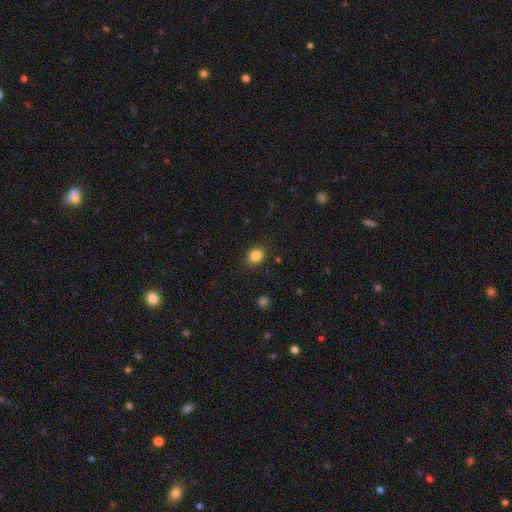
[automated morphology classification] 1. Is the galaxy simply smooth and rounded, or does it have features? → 84% smooth, 10% star or artifact, 6% featured or disk.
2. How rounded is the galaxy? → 54% round, 45% in between, 1% cigar-shaped.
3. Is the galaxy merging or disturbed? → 86% none, 10% minor disturbance, 3% major disturbance, 1% merger.